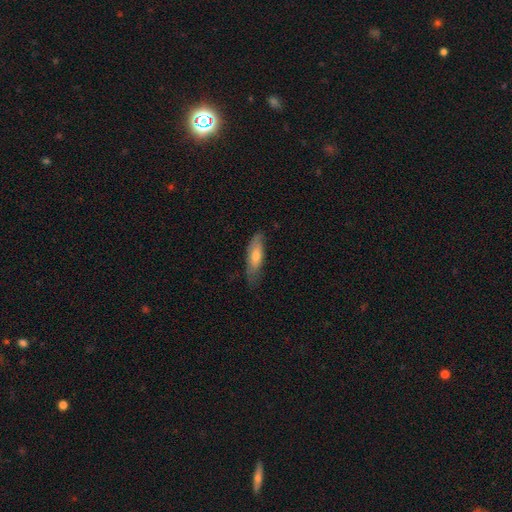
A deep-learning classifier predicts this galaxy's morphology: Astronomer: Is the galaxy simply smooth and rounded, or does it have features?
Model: smooth — 60%.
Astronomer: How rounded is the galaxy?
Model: cigar-shaped — 51% (runner-up: in between, 47%).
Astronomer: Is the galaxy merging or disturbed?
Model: none — 68%.